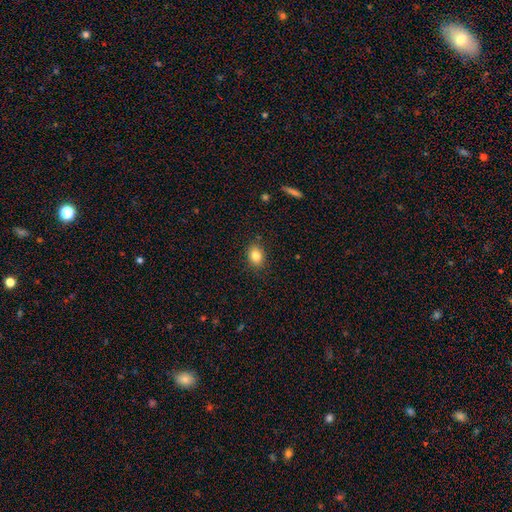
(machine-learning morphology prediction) The model was most divided on "how rounded": in between: 68%, round: 31%, cigar-shaped: 1%. More confident: merging — none (86%); smooth or featured — smooth (84%).